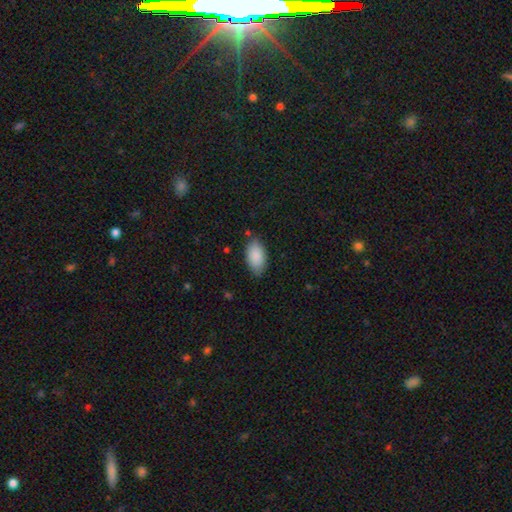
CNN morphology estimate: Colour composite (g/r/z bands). It shows a smooth galaxy with no disk features (88%) that is in between round and cigar-shaped (94%). Merging: none (80%).